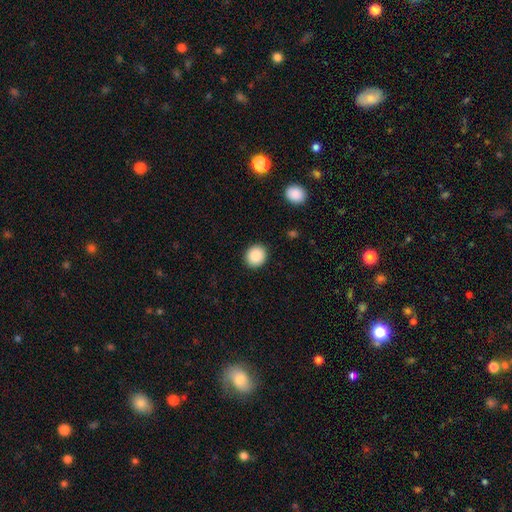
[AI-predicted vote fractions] A smooth galaxy with no disk features (89%) that is round (81%). Merging: none (91%).